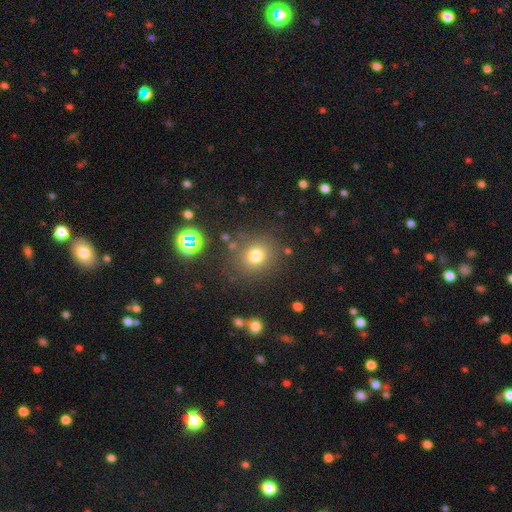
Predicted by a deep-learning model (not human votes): Smooth or featured? Predicted: smooth (p=0.74). How rounded? Predicted: round (p=0.85). Merging? Predicted: none (p=0.82).